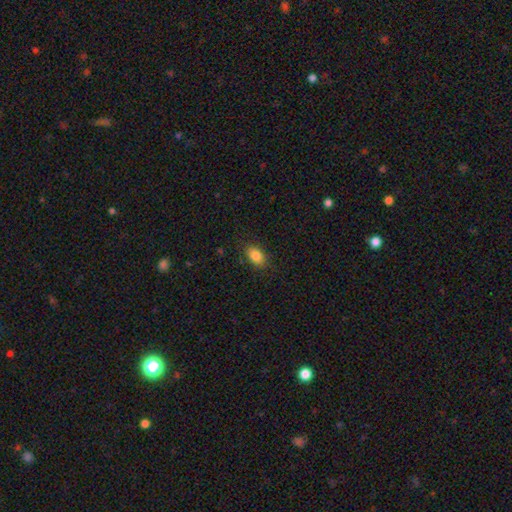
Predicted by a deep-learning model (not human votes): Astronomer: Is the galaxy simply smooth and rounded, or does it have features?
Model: smooth — 85%.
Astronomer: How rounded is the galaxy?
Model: in between — 83%.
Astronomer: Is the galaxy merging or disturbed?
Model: none — 84%.